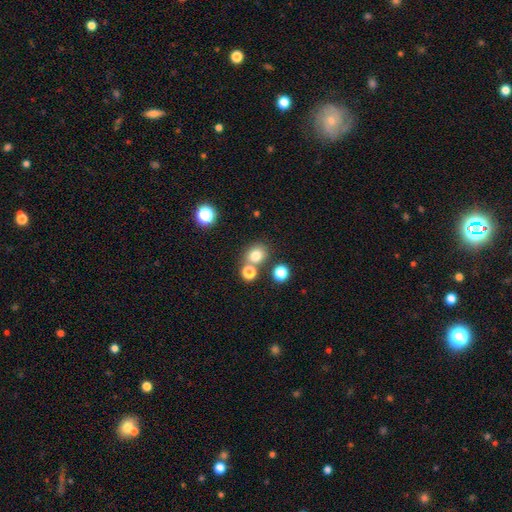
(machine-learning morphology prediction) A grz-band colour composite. It shows a smooth galaxy with no disk features (78%) that is round (75%). Merging: none (66%).